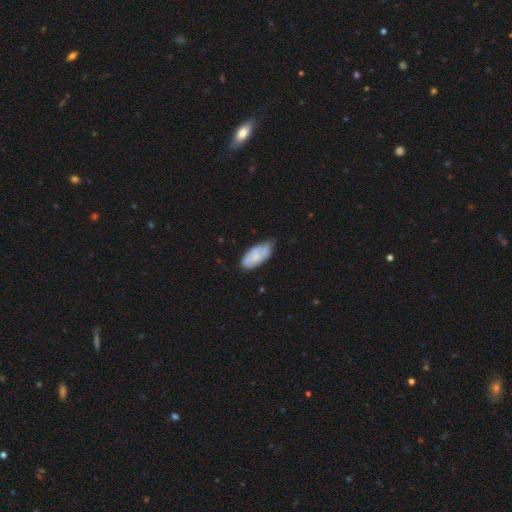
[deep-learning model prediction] Smooth or featured?
  - smooth: 61% *
  - featured or disk: 32%
  - star or artifact: 7%
How rounded?
  - in between: 88% *
  - cigar-shaped: 10%
  - round: 2%
Merging?
  - none: 51% *
  - minor disturbance: 36%
  - major disturbance: 8%
  - merger: 4%